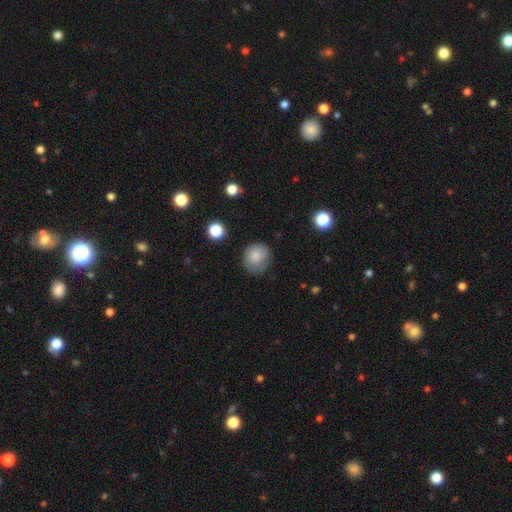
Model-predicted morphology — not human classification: A smooth galaxy with no disk features (80%) that is round (79%).

Vote fractions:
- Smooth or featured? smooth: 80% / featured or disk: 12% / star or artifact: 9%
- How rounded? round: 79% / in between: 20% / cigar-shaped: 1%
- Merging? none: 68% / minor disturbance: 23% / major disturbance: 7% / merger: 2%